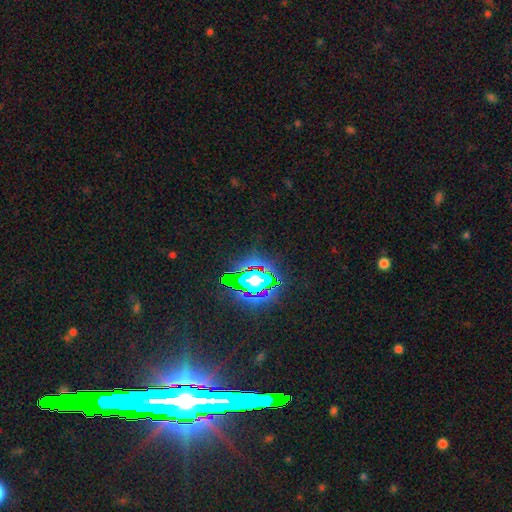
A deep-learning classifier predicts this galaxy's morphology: star or artifact 80%, featured or disk 11%, smooth 9%.